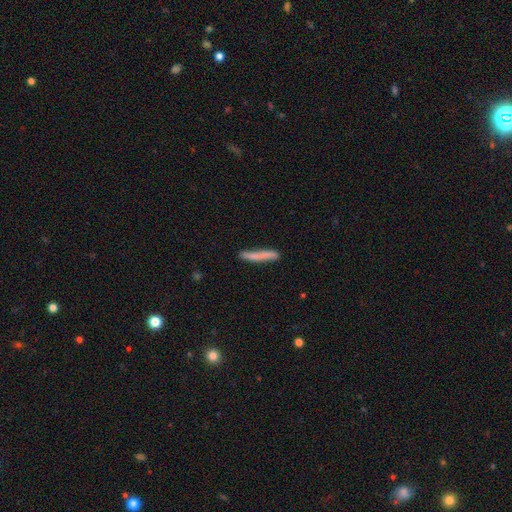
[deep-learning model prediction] Q: Smooth or featured?
A: smooth (69%); runner-up: featured or disk (24%)
Q: How rounded?
A: cigar-shaped (95%); runner-up: in between (4%)
Q: Merging?
A: none (83%); runner-up: minor disturbance (13%)